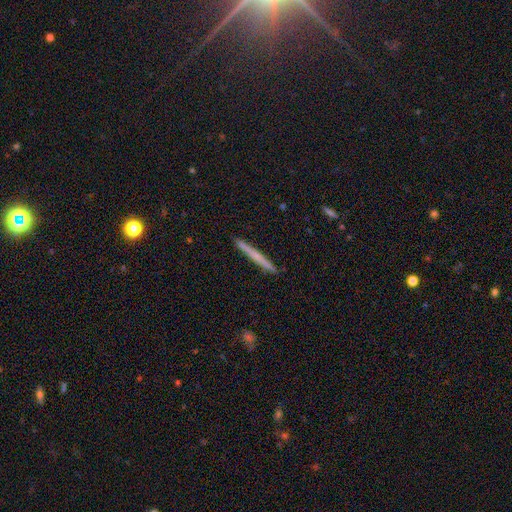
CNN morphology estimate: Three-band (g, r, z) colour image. It shows a smooth galaxy with no disk features (50%). Merging: none (92%).